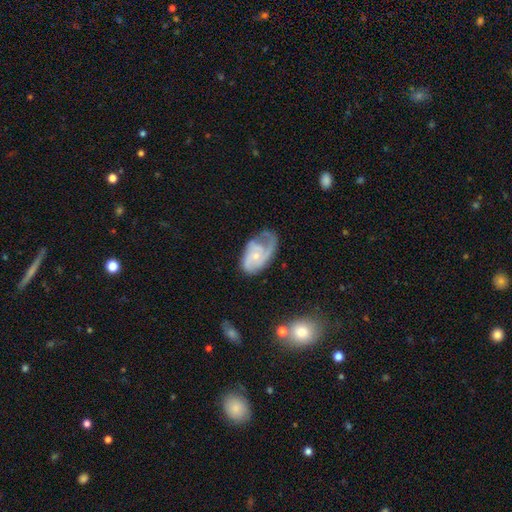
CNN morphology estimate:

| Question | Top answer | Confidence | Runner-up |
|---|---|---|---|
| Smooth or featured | featured or disk | 71% | smooth (23%) |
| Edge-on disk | no | 97% | yes (3%) |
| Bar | no | 73% | weak (23%) |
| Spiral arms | yes | 87% | no (13%) |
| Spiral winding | medium | 43% | tight (31%) |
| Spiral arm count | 2 | 39% | 1 (23%) |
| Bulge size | small | 67% | moderate (26%) |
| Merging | none | 37% | major disturbance (31%) |